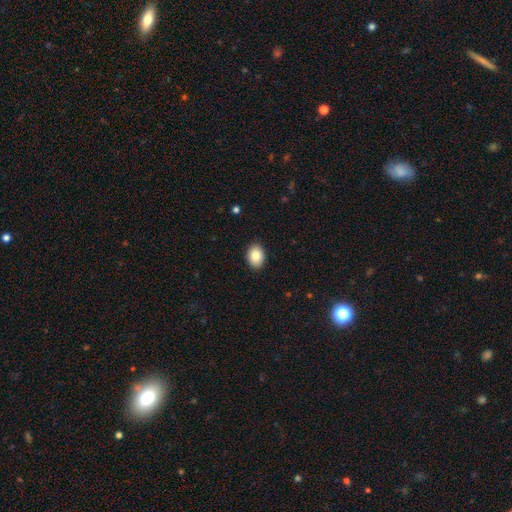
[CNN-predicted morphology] Overall: smooth (85%). How rounded: in between (74%). Merging: none (90%).